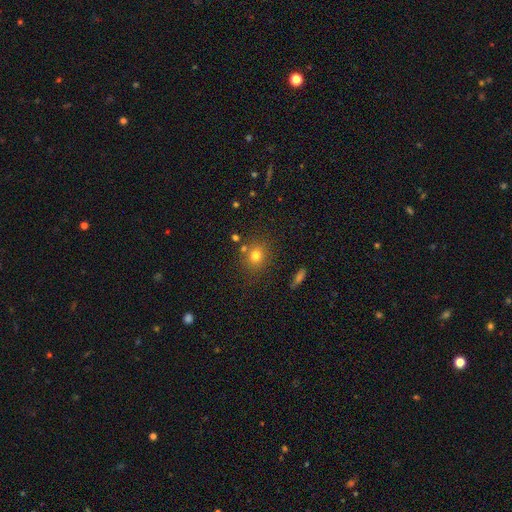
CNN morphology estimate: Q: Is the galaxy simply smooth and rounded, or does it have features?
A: smooth — 73%.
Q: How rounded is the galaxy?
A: round — 79%.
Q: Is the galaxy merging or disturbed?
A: none — 77%.